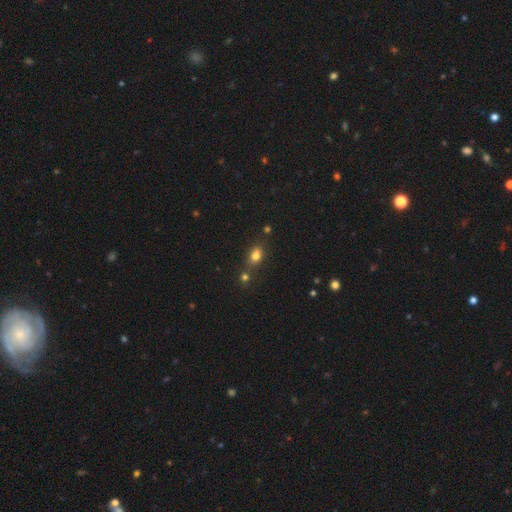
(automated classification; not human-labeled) This is likely a smooth galaxy (76%). How rounded: likely in between (67%). Merging: possibly none (59%).